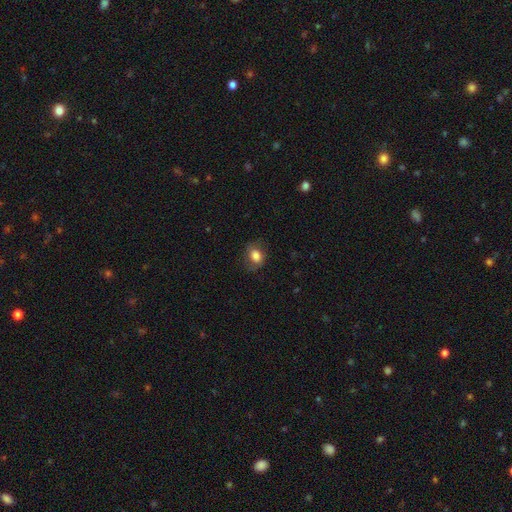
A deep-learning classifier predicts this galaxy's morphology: A smooth galaxy with no disk features (79%) that is in between round and cigar-shaped (60%).

Vote fractions:
- Smooth or featured? smooth: 79% / featured or disk: 12% / star or artifact: 9%
- How rounded? in between: 60% / round: 39% / cigar-shaped: 1%
- Merging? none: 73% / minor disturbance: 19% / major disturbance: 8% / merger: 1%